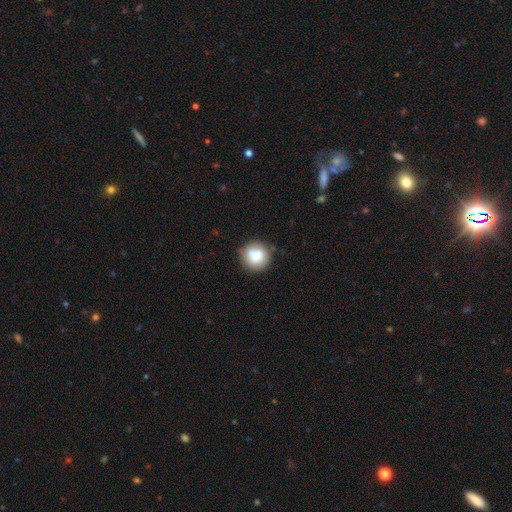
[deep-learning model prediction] This is likely a smooth galaxy (79%). How rounded: clearly round (92%). Merging: likely none (70%).